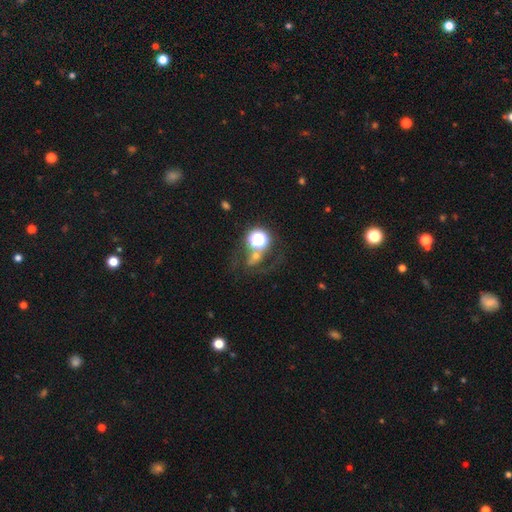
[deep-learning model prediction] This is marginally a star or artifact rather than a galaxy (39%).